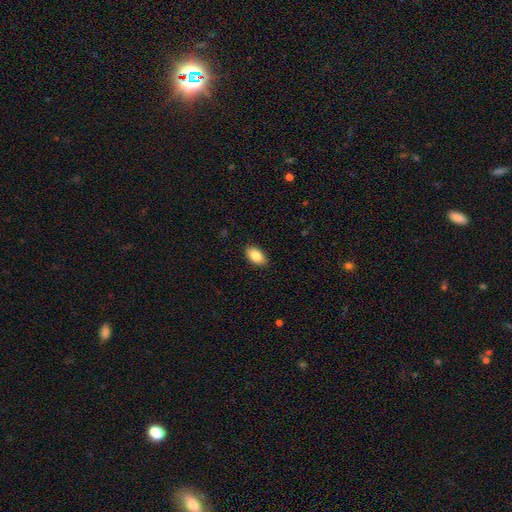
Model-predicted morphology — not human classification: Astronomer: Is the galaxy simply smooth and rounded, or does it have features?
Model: smooth — 86%.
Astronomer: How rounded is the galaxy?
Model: in between — 93%.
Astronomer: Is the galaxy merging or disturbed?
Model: none — 89%.